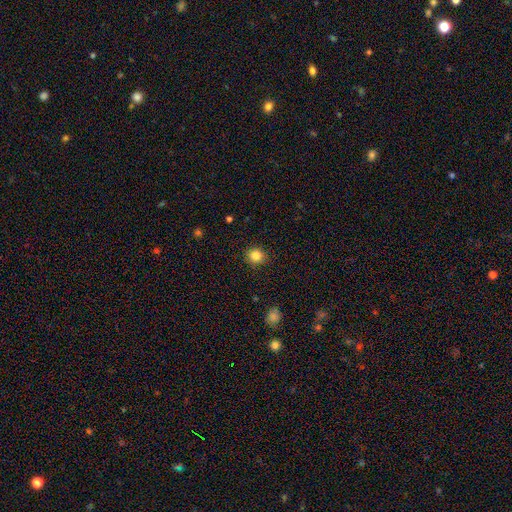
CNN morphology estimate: Smooth or featured? Predicted: smooth (p=0.83). How rounded? Predicted: round (p=0.87). Merging? Predicted: none (p=0.91).